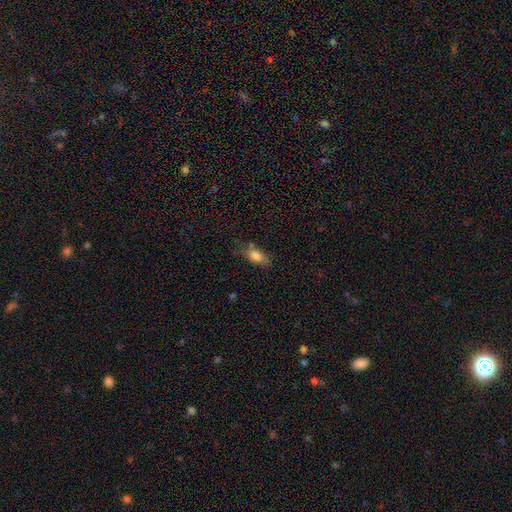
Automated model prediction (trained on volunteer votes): A smooth galaxy with no disk features (80%) that is in between round and cigar-shaped (83%). Merging: none (62%).